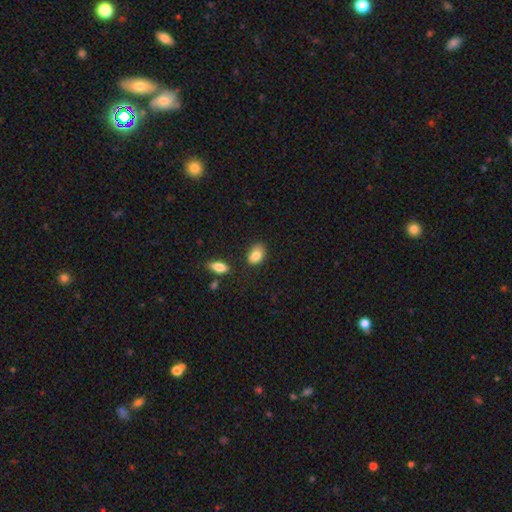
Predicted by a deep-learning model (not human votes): This appears to be a smooth galaxy with no disk features (83%) that is in between round and cigar-shaped (84%). Merging: none (70%).